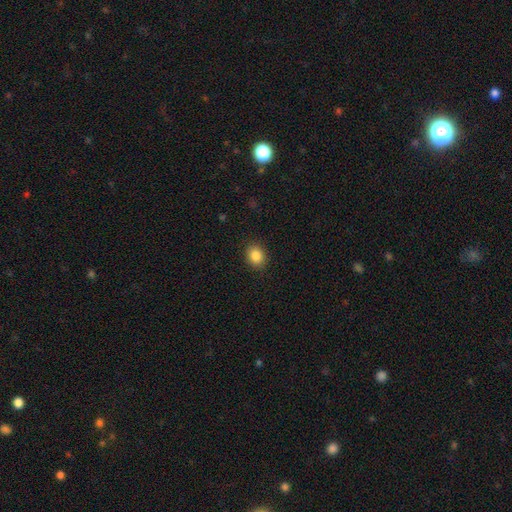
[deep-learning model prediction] A smooth galaxy with no disk features (86%) that is round (59%). Merging: none (90%).